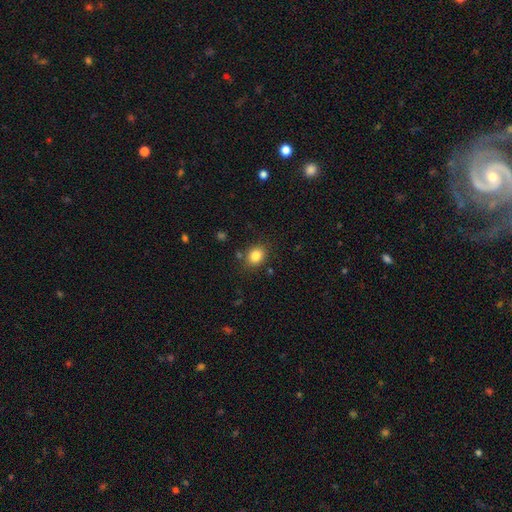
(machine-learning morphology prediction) This appears to be a smooth galaxy with no disk features (84%) that is round (52%). Merging: none (81%).